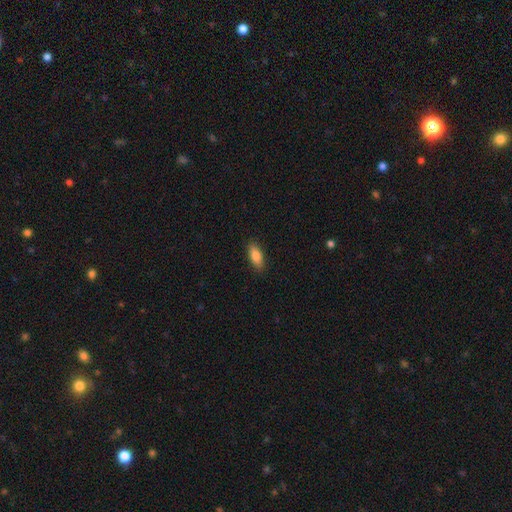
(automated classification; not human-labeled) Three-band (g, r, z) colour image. It shows a smooth galaxy with no disk features (83%) that is in between round and cigar-shaped (74%). Merging: none (87%).